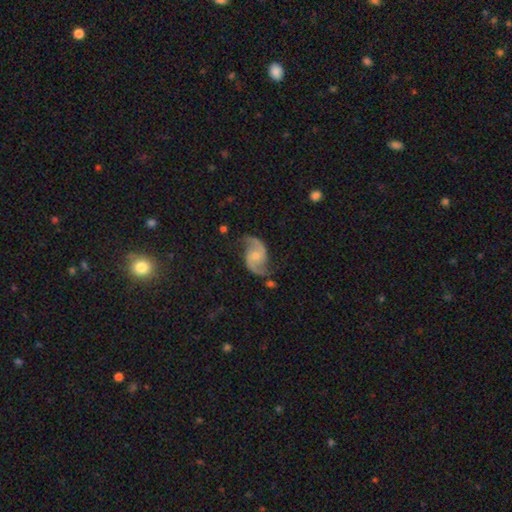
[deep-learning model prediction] Smooth or featured?
  - featured or disk: 89% *
  - smooth: 6%
  - star or artifact: 5%
Edge-on disk?
  - no: 98% *
  - yes: 2%
Bar?
  - no: 58% *
  - weak: 35%
  - strong: 7%
Spiral arms?
  - yes: 97% *
  - no: 3%
Spiral winding?
  - loose: 50% *
  - medium: 41%
  - tight: 9%
Spiral arm count?
  - 2: 94% *
  - can't tell: 2%
  - 1: 1%
  - 3: 1%
  - 4: 1%
  - more than 4: 1%
Bulge size?
  - small: 48% *
  - moderate: 40%
  - none: 8%
  - large: 3%
  - dominant: 1%
Merging?
  - none: 73% *
  - minor disturbance: 17%
  - major disturbance: 7%
  - merger: 3%